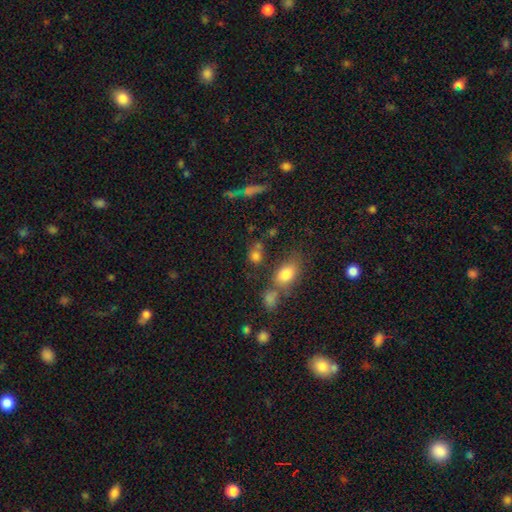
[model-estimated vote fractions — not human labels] This is likely a smooth galaxy (76%). How rounded: possibly round (56%). Merging: possibly none (54%).